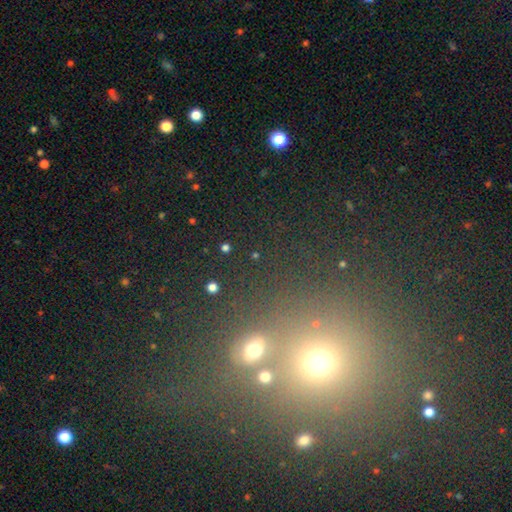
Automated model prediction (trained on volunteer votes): Smooth or featured?
  - star or artifact: 46% *
  - smooth: 42%
  - featured or disk: 12%